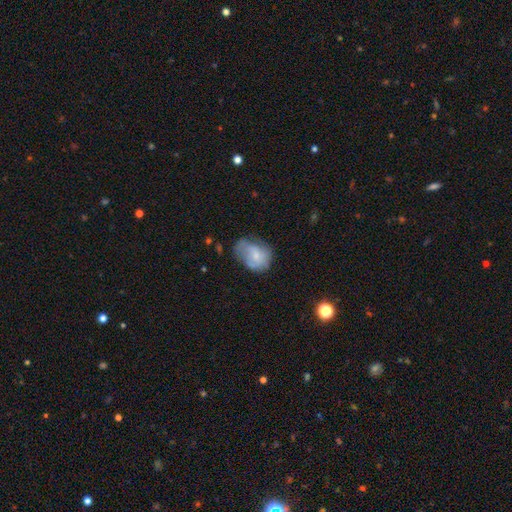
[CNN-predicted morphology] A smooth galaxy with no disk features (65%) that is in between round and cigar-shaped (69%). Merging: minor disturbance (37%).